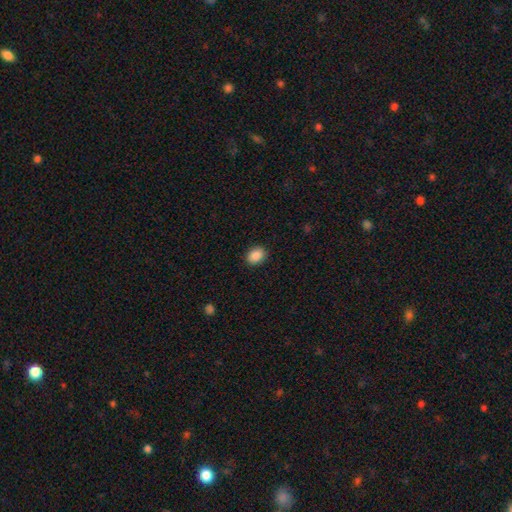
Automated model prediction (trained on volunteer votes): A smooth galaxy with no disk features (89%) that is in between round and cigar-shaped (69%).

Vote fractions:
- Smooth or featured? smooth: 89% / star or artifact: 8% / featured or disk: 3%
- How rounded? in between: 69% / round: 30% / cigar-shaped: 1%
- Merging? none: 89% / minor disturbance: 8% / major disturbance: 2% / merger: 1%